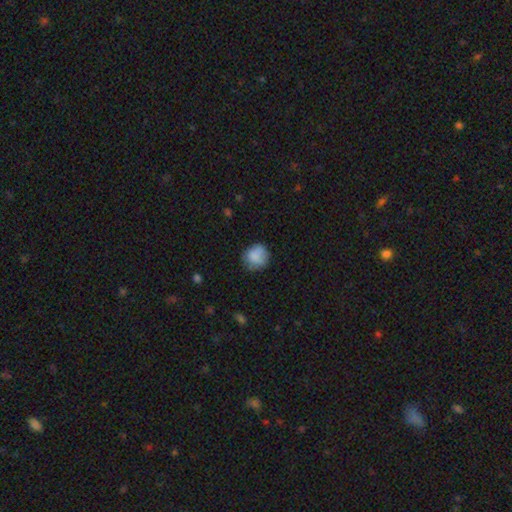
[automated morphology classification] smooth-or-featured: smooth: 82% | featured or disk: 9% | star or artifact: 8%
  how-rounded: round: 84% | in between: 15% | cigar-shaped: 1%
  merging: none: 68% | minor disturbance: 23% | major disturbance: 7% | merger: 2%